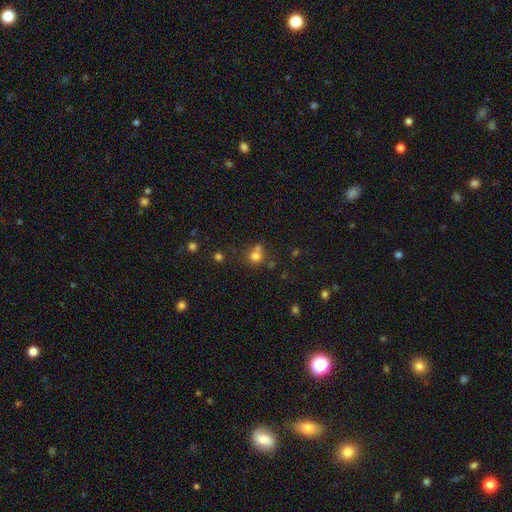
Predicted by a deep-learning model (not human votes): This is likely a smooth galaxy (73%). How rounded: clearly round (84%). Merging: possibly none (50%).